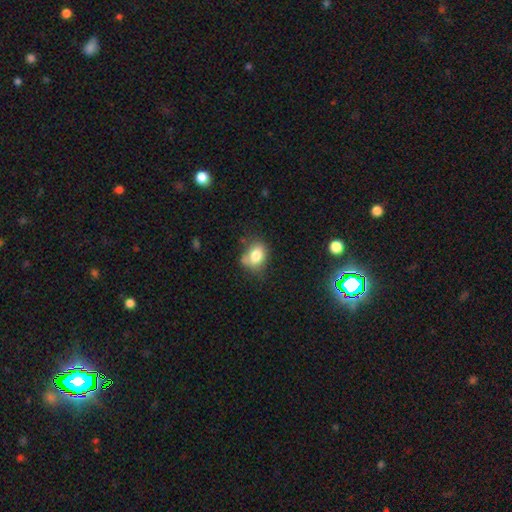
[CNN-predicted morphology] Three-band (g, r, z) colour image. It shows a smooth galaxy with no disk features (78%) that is in between round and cigar-shaped (62%). Merging: none (54%).